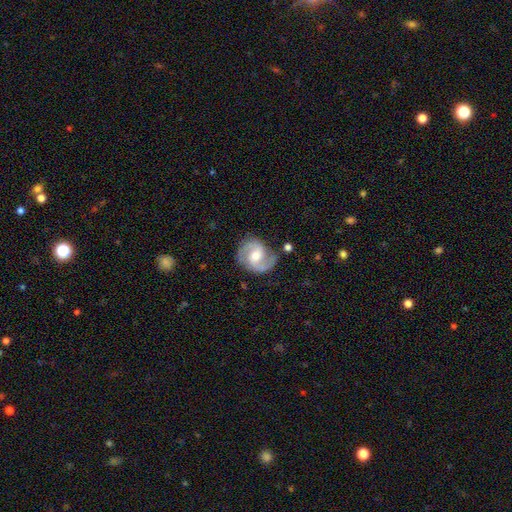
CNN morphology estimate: Overall: featured or disk (86%). Edge-on disk: no (98%). Bar: weak (48%; no 34%). Spiral arms: yes (96%). Spiral arm count: 2 (91%). Spiral winding: medium (57%; tight 23%). Bulge size: moderate (63%; small 29%). Merging: none (76%).